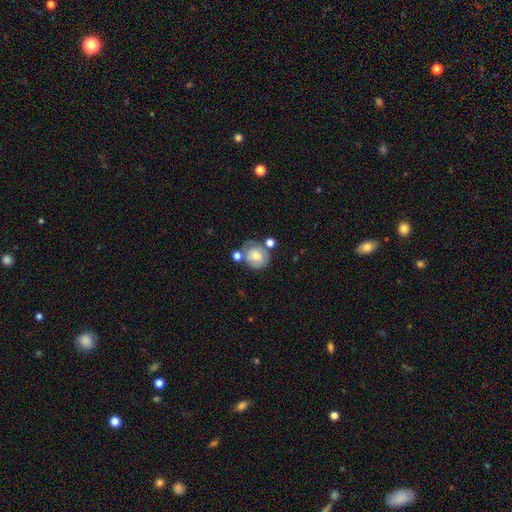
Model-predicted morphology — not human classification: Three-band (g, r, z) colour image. It shows a smooth galaxy with no disk features (54%) that is round (76%). Merging: none (47%).